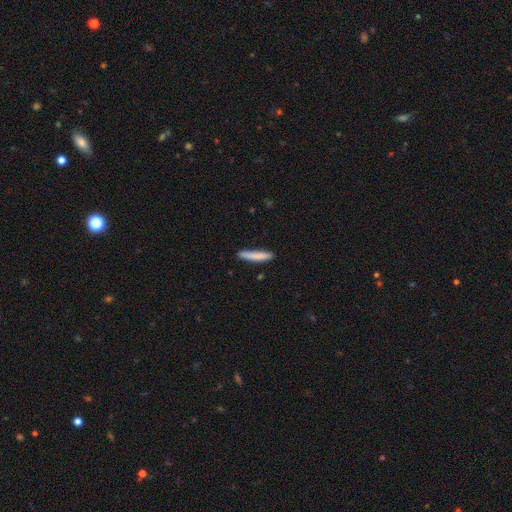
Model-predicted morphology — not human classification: Smooth or featured?
  - smooth: 83% *
  - featured or disk: 11%
  - star or artifact: 6%
How rounded?
  - cigar-shaped: 92% *
  - in between: 6%
  - round: 1%
Merging?
  - none: 86% *
  - minor disturbance: 10%
  - major disturbance: 2%
  - merger: 1%